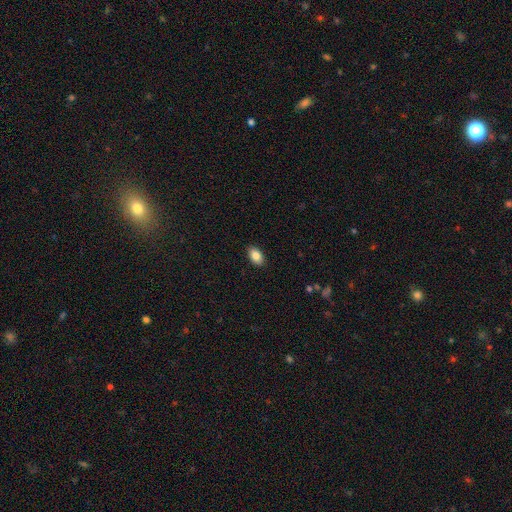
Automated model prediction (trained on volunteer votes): A smooth galaxy with no disk features (85%) that is in between round and cigar-shaped (91%).

Vote fractions:
- Smooth or featured? smooth: 85% / star or artifact: 8% / featured or disk: 7%
- How rounded? in between: 91% / round: 8% / cigar-shaped: 2%
- Merging? none: 89% / minor disturbance: 8% / major disturbance: 2% / merger: 1%